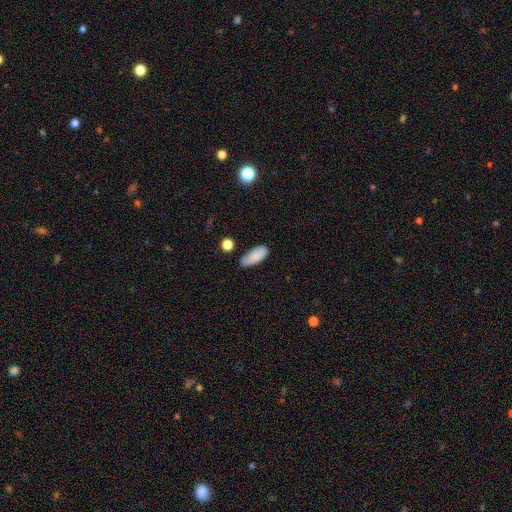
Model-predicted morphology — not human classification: Smooth or featured?
  - smooth: 83% *
  - featured or disk: 9%
  - star or artifact: 8%
How rounded?
  - in between: 84% *
  - cigar-shaped: 14%
  - round: 2%
Merging?
  - none: 66% *
  - minor disturbance: 25%
  - major disturbance: 5%
  - merger: 4%